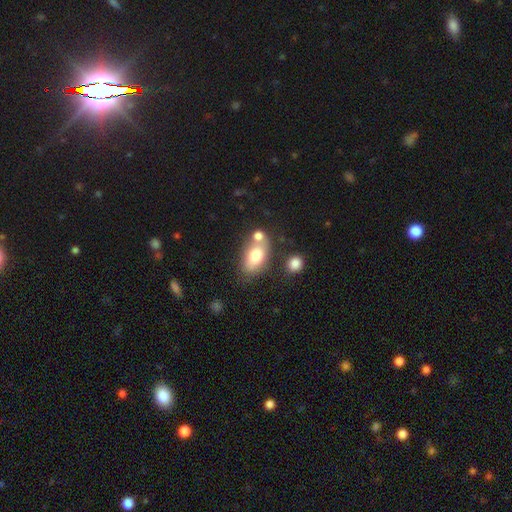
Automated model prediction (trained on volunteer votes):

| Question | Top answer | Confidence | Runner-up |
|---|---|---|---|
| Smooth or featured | smooth | 75% | featured or disk (17%) |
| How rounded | in between | 87% | round (10%) |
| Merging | none | 53% | merger (28%) |